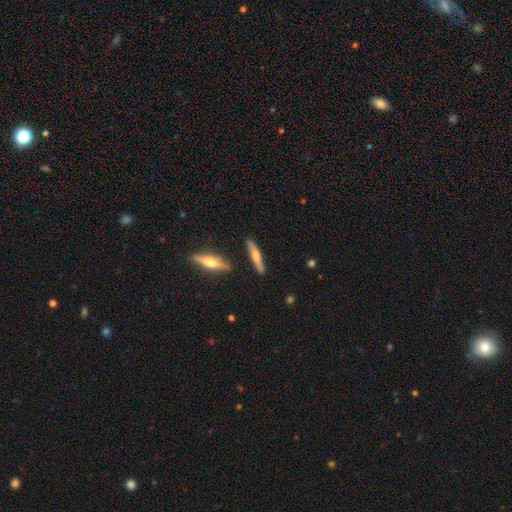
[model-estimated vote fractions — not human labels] smooth 48%, featured or disk 46%, star or artifact 6%. Down the decision tree: merging — none (85%).